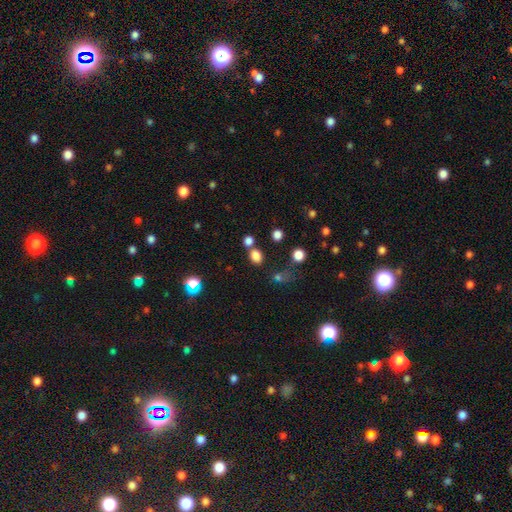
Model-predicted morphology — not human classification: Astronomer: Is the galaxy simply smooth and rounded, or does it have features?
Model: smooth — 79%.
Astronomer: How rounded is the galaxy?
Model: in between — 50% (runner-up: round, 49%).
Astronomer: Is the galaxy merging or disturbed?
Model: none — 67%.